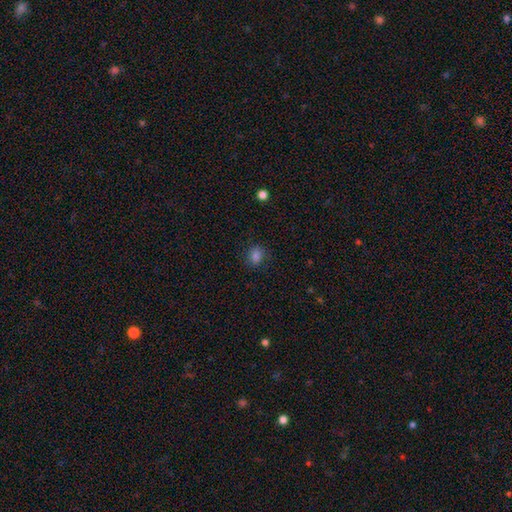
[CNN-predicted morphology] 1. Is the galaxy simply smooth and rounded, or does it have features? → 83% smooth, 13% star or artifact, 5% featured or disk.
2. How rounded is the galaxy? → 53% round, 45% in between, 1% cigar-shaped.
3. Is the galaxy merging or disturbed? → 82% none, 13% minor disturbance, 4% major disturbance, 1% merger.